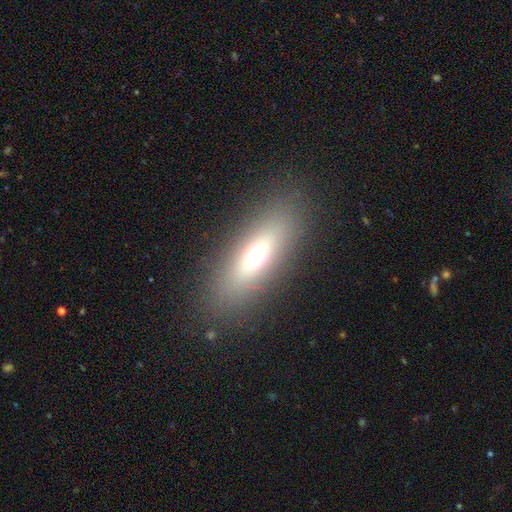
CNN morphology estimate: smooth 60%, featured or disk 27%, star or artifact 12%. Down the decision tree: how rounded — in between (57%); merging — none (86%).